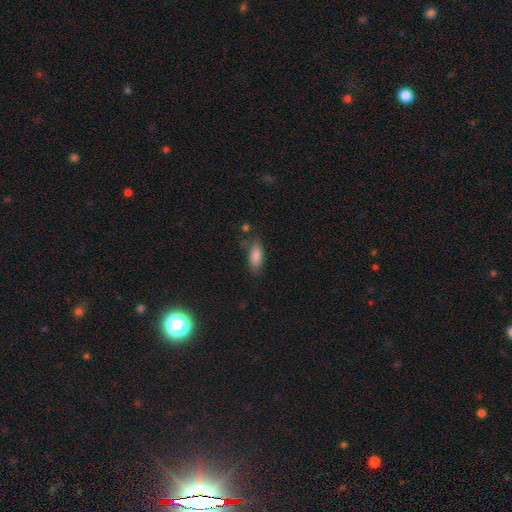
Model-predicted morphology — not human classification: smooth 82%, featured or disk 9%, star or artifact 9%. Down the decision tree: how rounded — in between (80%); merging — none (71%).